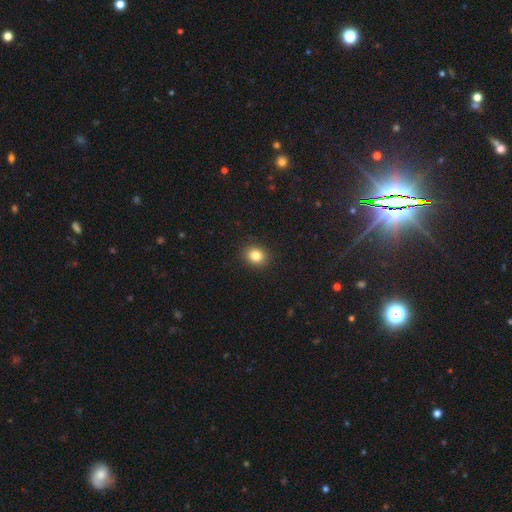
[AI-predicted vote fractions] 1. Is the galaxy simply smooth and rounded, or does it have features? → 83% smooth, 11% star or artifact, 6% featured or disk.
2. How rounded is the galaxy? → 72% round, 27% in between, 1% cigar-shaped.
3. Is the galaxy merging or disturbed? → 91% none, 6% minor disturbance, 2% major disturbance, 1% merger.